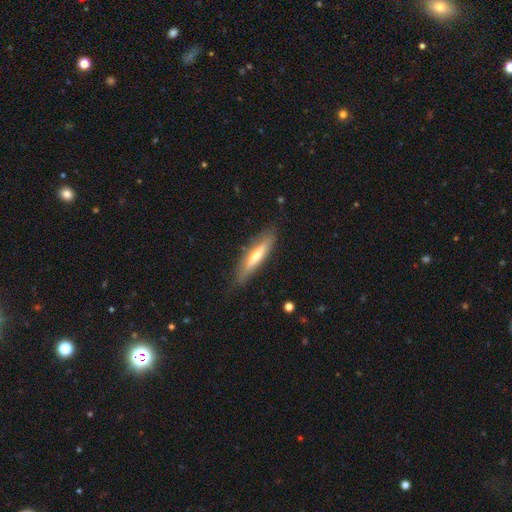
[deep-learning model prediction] Smooth or featured: featured or disk — 49% (smooth — 45%)
Merging: none — 82% (minor disturbance — 13%)